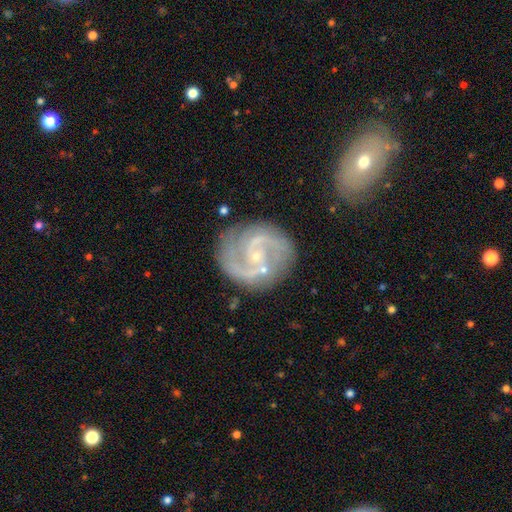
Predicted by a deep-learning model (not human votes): Smooth or featured? featured or disk (89%)
Edge-on disk? no (98%)
Bar? no (52%)
Spiral arms? yes (97%)
Spiral winding? medium (55%)
Spiral arm count? 2 (85%)
Bulge size? small (82%)
Merging? none (71%)